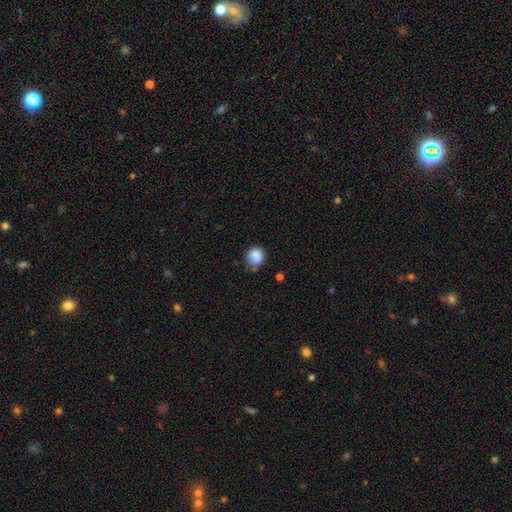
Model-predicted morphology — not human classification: This appears to be a smooth galaxy with no disk features (85%) that is round (77%). Merging: none (59%).